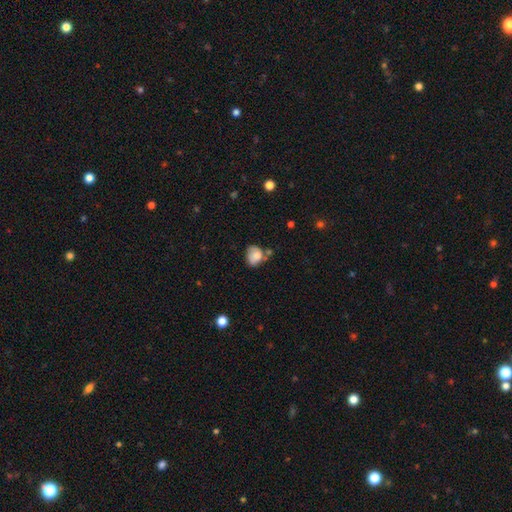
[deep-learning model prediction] Smooth or featured? Predicted: smooth (p=0.74). How rounded? Predicted: in between (p=0.55). Merging? Predicted: none (p=0.42).